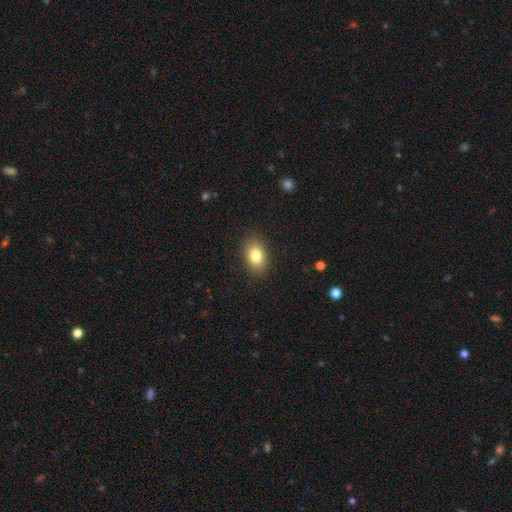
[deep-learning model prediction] The model was most divided on "how rounded": in between: 80%, round: 19%, cigar-shaped: 1%. More confident: merging — none (87%); smooth or featured — smooth (81%).